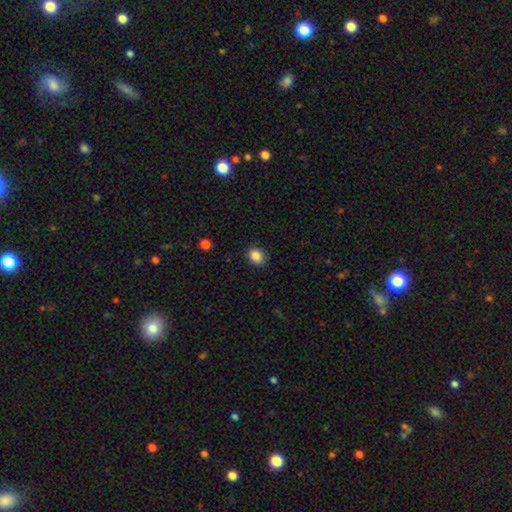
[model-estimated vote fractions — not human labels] smooth-or-featured: smooth: 87% | star or artifact: 10% | featured or disk: 4%
  how-rounded: round: 60% | in between: 39% | cigar-shaped: 1%
  merging: none: 87% | minor disturbance: 9% | major disturbance: 2% | merger: 1%